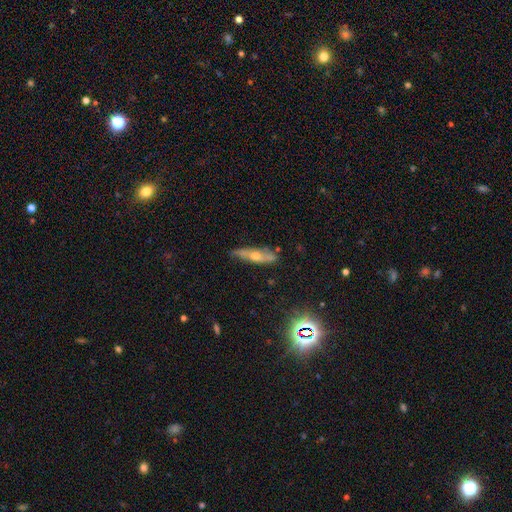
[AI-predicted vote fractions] smooth_or_featured: featured or disk (p=0.56) [alt: smooth p=0.35]
disk_edge_on: yes (p=0.65) [alt: no p=0.35]
merging: none (p=0.73) [alt: minor disturbance p=0.21]